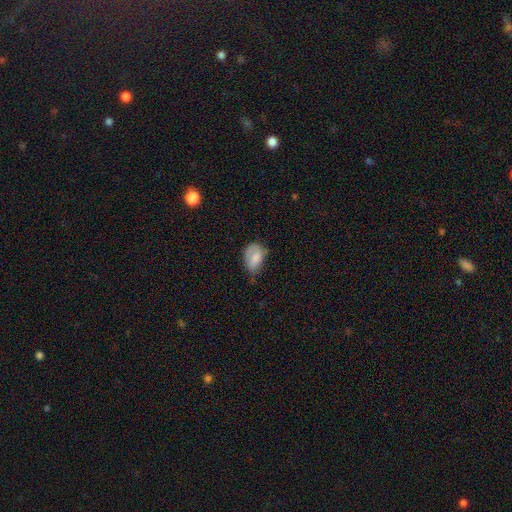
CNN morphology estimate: smooth_or_featured: smooth (p=0.77) [alt: featured or disk p=0.15]
how_rounded: in between (p=0.87) [alt: round p=0.11]
merging: none (p=0.44) [alt: minor disturbance p=0.39]